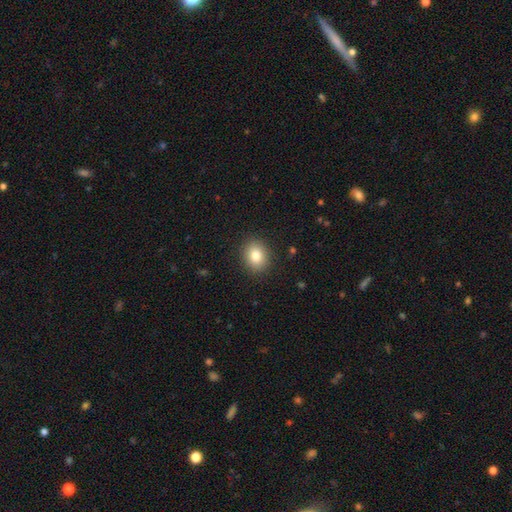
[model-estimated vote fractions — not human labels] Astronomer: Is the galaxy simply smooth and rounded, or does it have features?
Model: smooth — 82%.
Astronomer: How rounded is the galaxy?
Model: round — 59% (runner-up: in between, 40%).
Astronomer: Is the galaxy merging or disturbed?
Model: none — 89%.